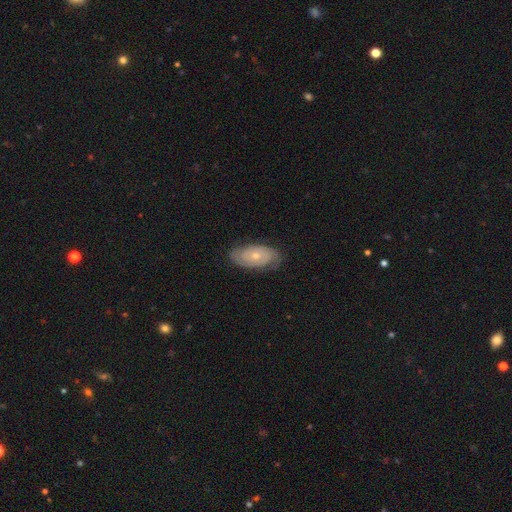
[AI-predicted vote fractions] smooth_or_featured: featured or disk (p=0.75) [alt: smooth p=0.19]
disk_edge_on: no (p=0.94) [alt: yes p=0.06]
bar: no (p=0.80) [alt: weak p=0.17]
has_spiral_arms: yes (p=0.88) [alt: no p=0.12]
spiral_winding: tight (p=0.69) [alt: medium p=0.24]
spiral_arm_count: 2 (p=0.64) [alt: can't tell p=0.23]
bulge_size: small (p=0.57) [alt: moderate p=0.40]
merging: none (p=0.79) [alt: minor disturbance p=0.15]